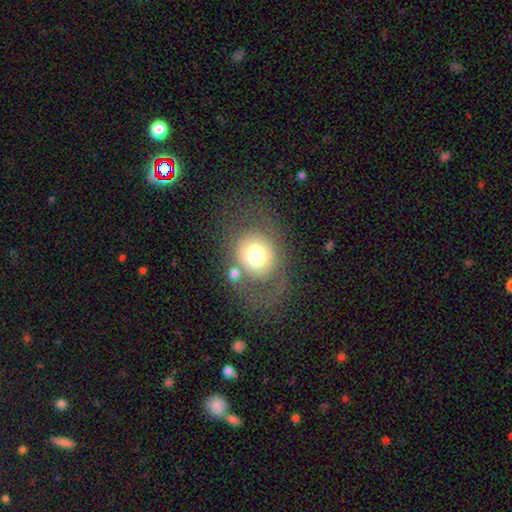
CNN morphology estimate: This is possibly a smooth galaxy (57%). How rounded: possibly round (58%). Merging: likely none (62%).